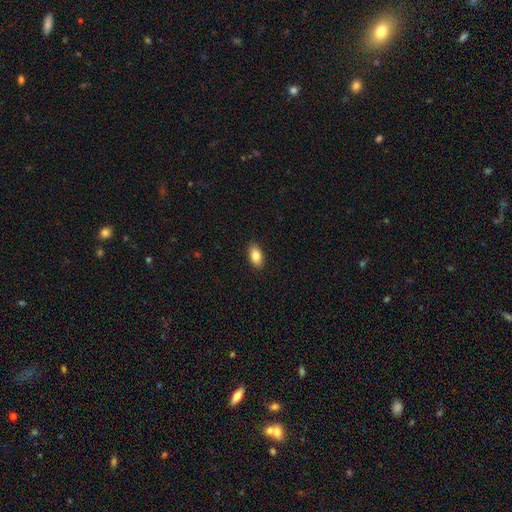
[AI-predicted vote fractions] This is clearly a smooth galaxy (85%). How rounded: clearly in between (92%). Merging: clearly none (89%).